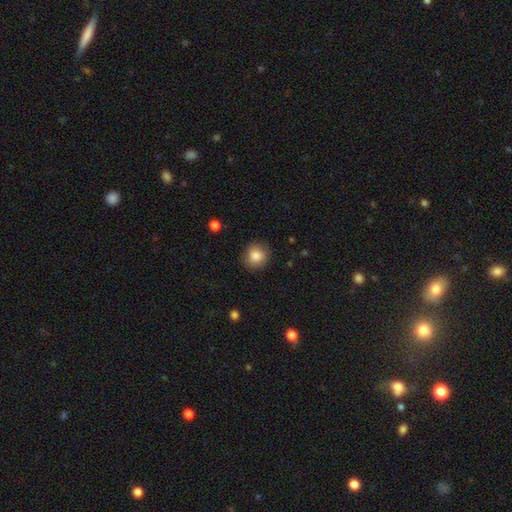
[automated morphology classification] Smooth or featured: smooth — 85% (star or artifact — 9%)
How rounded: round — 87% (in between — 12%)
Merging: none — 87% (minor disturbance — 9%)